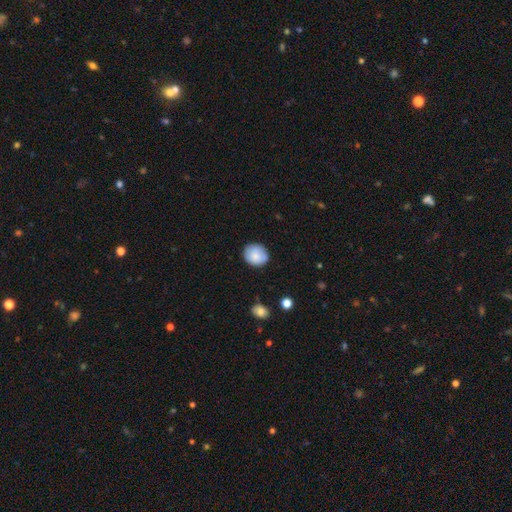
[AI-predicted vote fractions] A smooth galaxy with no disk features (83%) that is round (79%).

Vote fractions:
- Smooth or featured? smooth: 83% / featured or disk: 9% / star or artifact: 8%
- How rounded? round: 79% / in between: 21% / cigar-shaped: 1%
- Merging? none: 80% / minor disturbance: 15% / major disturbance: 3% / merger: 2%